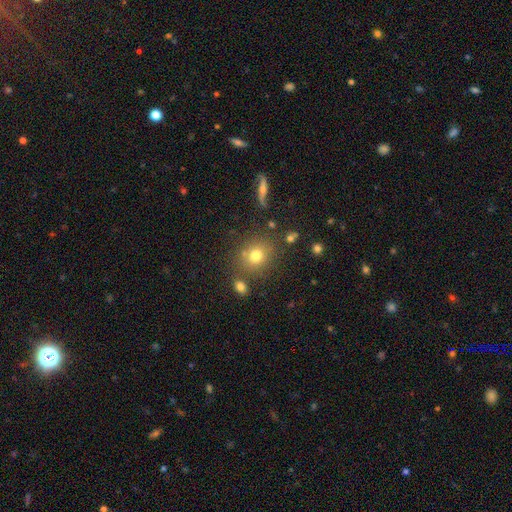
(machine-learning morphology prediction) This is likely a smooth galaxy (74%). How rounded: likely round (77%). Merging: likely none (76%).